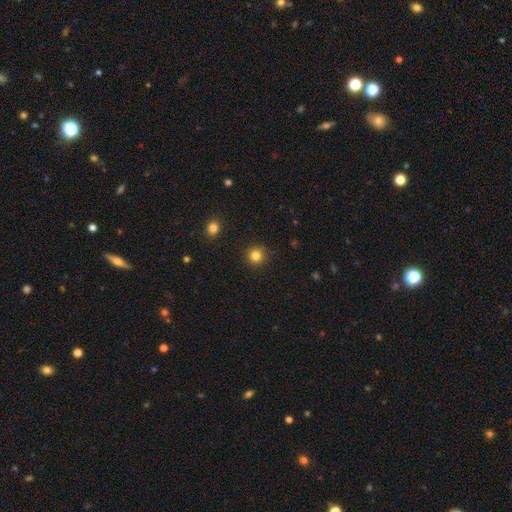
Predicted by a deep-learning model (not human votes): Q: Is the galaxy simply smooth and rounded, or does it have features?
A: smooth — 82%.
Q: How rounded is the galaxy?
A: round — 93%.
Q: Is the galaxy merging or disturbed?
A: none — 90%.